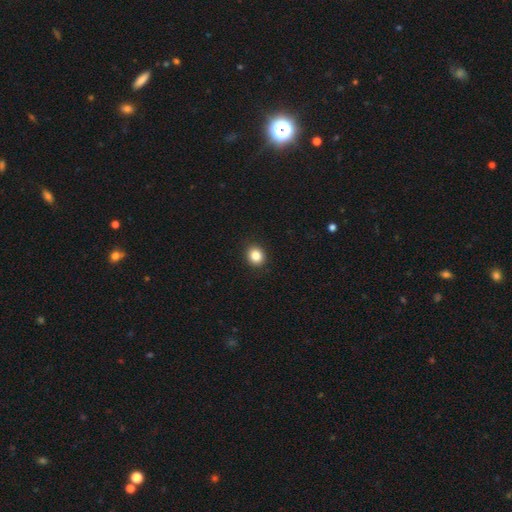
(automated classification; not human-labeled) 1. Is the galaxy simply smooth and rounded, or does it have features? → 86% smooth, 10% star or artifact, 4% featured or disk.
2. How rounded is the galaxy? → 76% round, 23% in between, 1% cigar-shaped.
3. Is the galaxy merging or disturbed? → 91% none, 6% minor disturbance, 2% major disturbance, 1% merger.